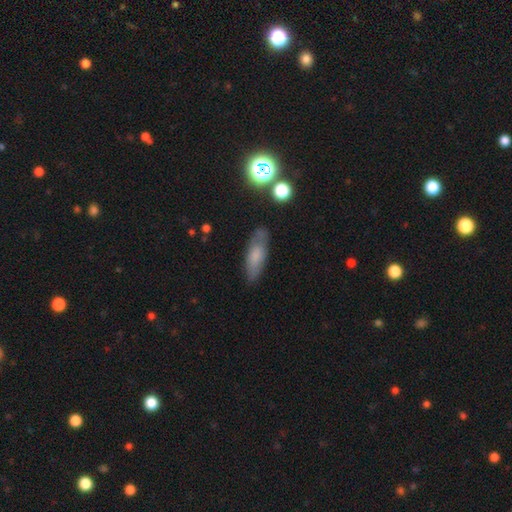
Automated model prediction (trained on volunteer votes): smooth 63%, featured or disk 26%, star or artifact 11%. Down the decision tree: how rounded — in between (59%); merging — none (76%).